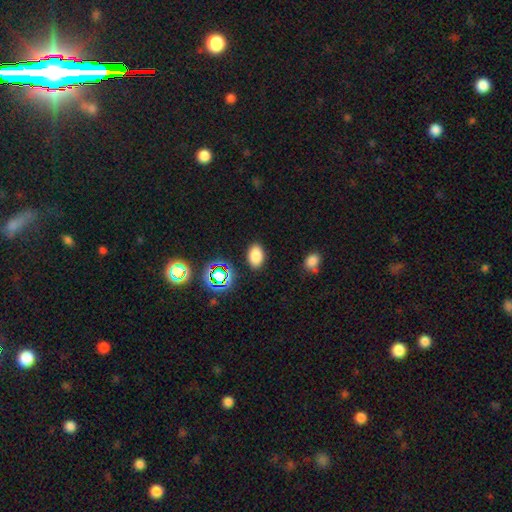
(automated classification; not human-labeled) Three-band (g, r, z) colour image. It shows a smooth galaxy with no disk features (79%) that is in between round and cigar-shaped (86%). Merging: none (86%).